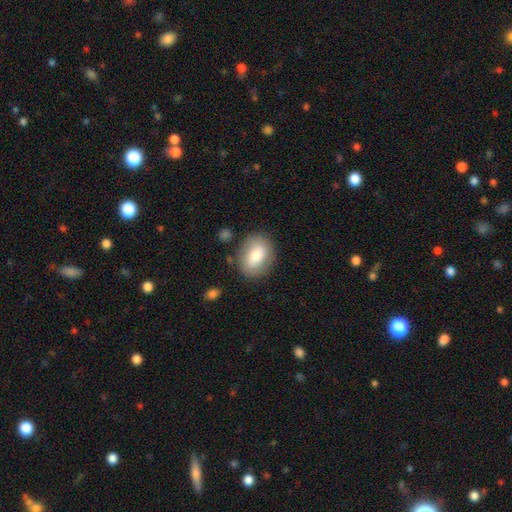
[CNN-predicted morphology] type=smooth (71%); roundness=in between (65%); merging=none (80%).